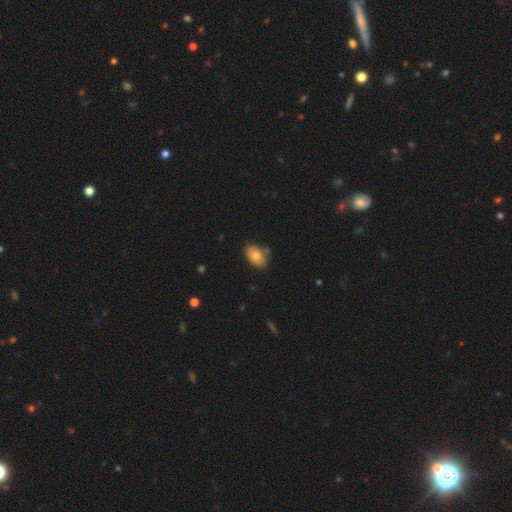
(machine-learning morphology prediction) type=smooth (77%); roundness=in between (83%); merging=none (76%).